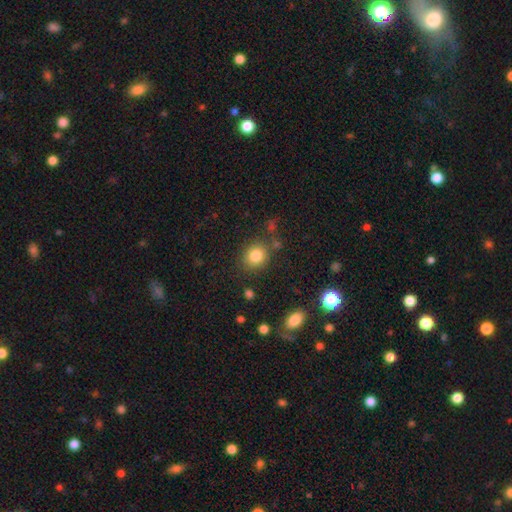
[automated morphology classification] type=smooth (83%); roundness=round (71%); merging=none (80%).